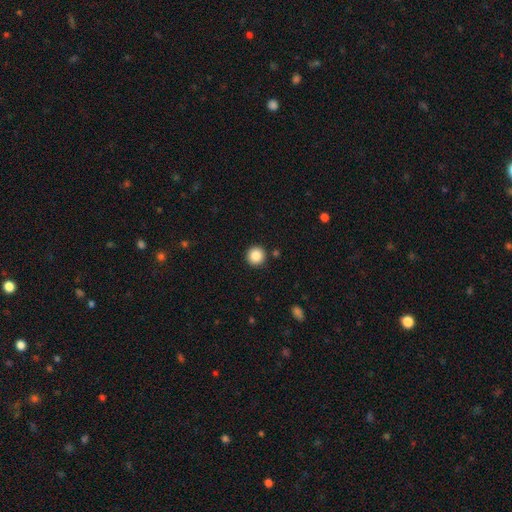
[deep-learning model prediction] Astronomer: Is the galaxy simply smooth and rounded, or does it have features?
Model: smooth — 87%.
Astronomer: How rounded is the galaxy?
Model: round — 95%.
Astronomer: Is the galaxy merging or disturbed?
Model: none — 91%.